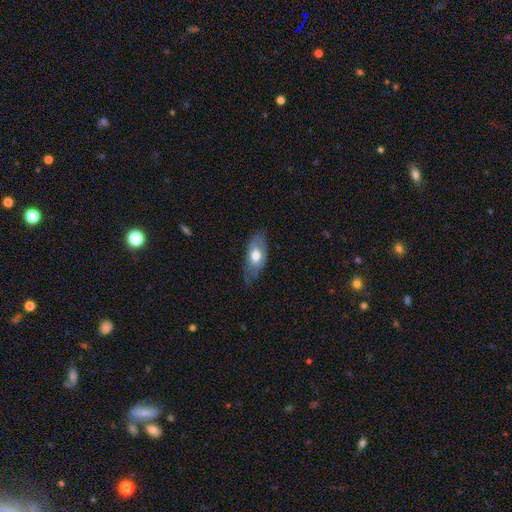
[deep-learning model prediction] Smooth or featured?
  - smooth: 59% *
  - featured or disk: 35%
  - star or artifact: 6%
How rounded?
  - in between: 88% *
  - cigar-shaped: 7%
  - round: 5%
Merging?
  - none: 61% *
  - minor disturbance: 30%
  - major disturbance: 8%
  - merger: 1%